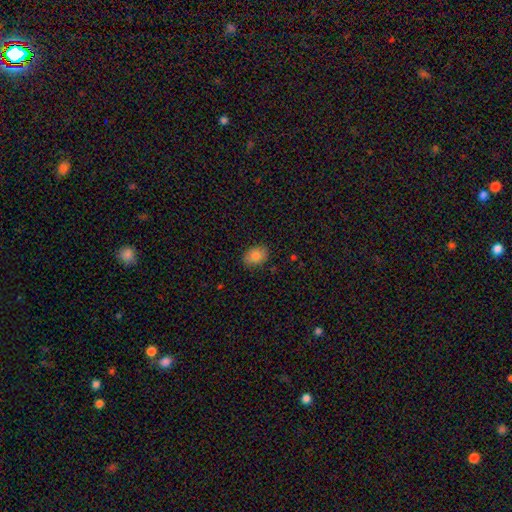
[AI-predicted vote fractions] This is clearly a smooth galaxy (82%). How rounded: likely in between (75%). Merging: clearly none (86%).